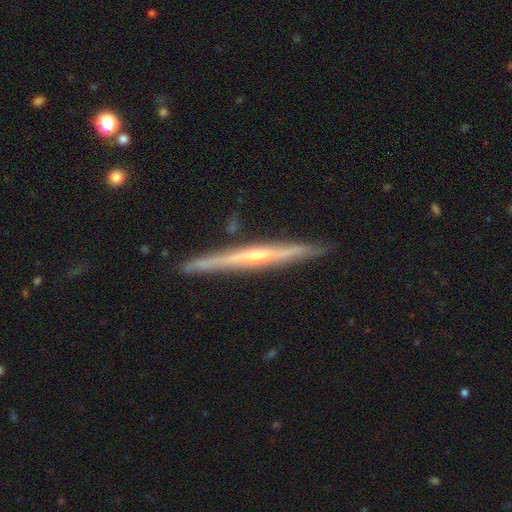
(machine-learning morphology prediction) Overall: featured or disk (78%). Edge-on disk: yes (98%). Edge-on bulge: rounded (59%; none 35%). Merging: none (89%).